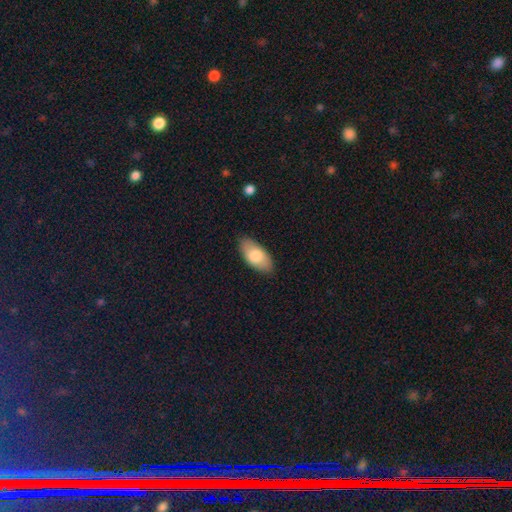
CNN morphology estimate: Overall: smooth (79%). How rounded: in between (93%). Merging: none (85%).